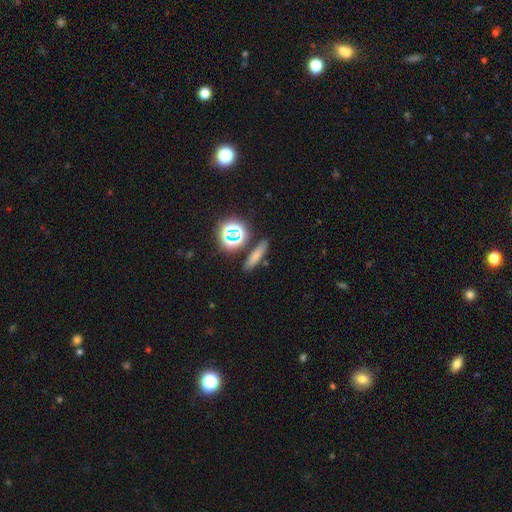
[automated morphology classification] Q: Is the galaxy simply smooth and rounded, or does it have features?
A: smooth — 67%.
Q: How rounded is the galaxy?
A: cigar-shaped — 67%.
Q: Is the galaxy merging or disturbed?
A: none — 84%.